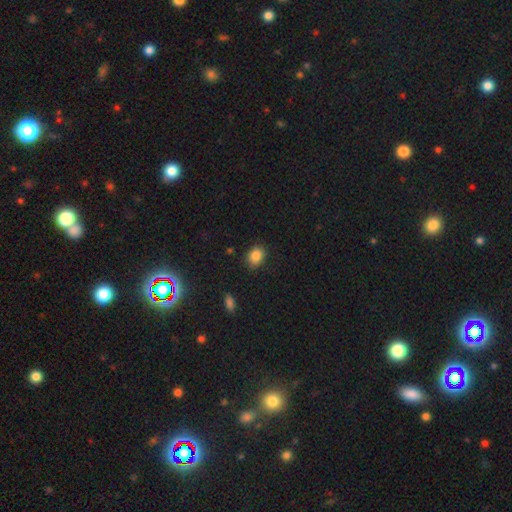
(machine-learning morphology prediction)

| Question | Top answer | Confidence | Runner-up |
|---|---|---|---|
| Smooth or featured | smooth | 85% | star or artifact (10%) |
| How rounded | in between | 52% | round (47%) |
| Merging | none | 82% | minor disturbance (14%) |